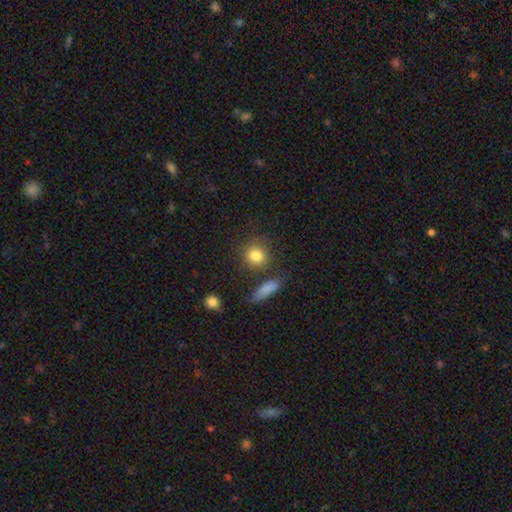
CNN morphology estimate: The model was most divided on "merging": none: 76%, minor disturbance: 11%, merger: 8%, major disturbance: 4%. More confident: how rounded — round (83%); smooth or featured — smooth (83%).